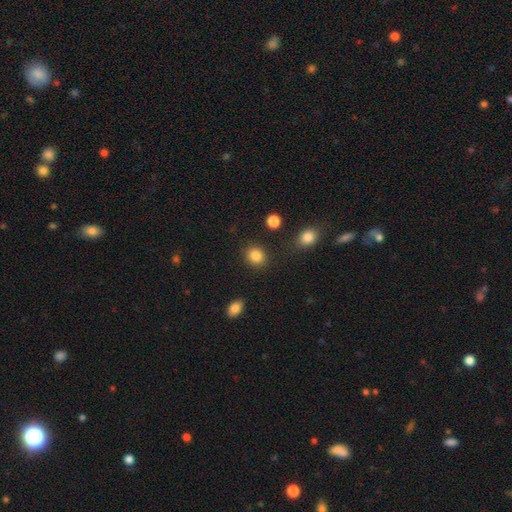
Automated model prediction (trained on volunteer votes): Overall: smooth (86%). How rounded: round (73%). Merging: none (86%).